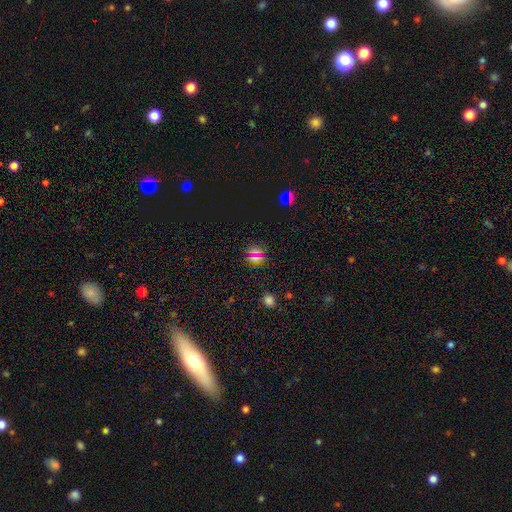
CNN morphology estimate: Overall: star or artifact (47%; smooth 45%).